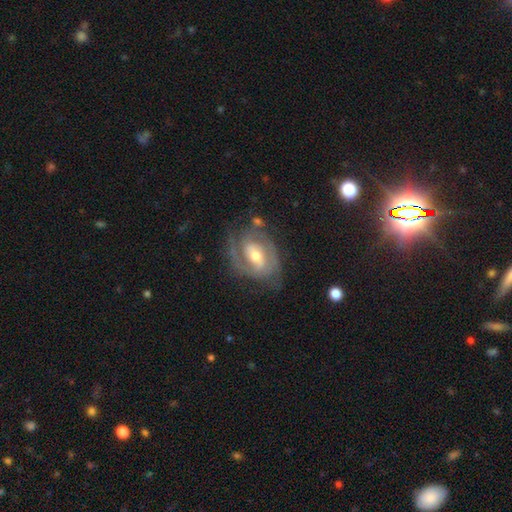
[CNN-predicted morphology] Overall: featured or disk (87%). Edge-on disk: no (97%). Bar: weak (45%; strong 29%). Spiral arms: yes (94%). Spiral arm count: 2 (66%). Spiral winding: tight (53%; medium 38%). Bulge size: moderate (63%; small 31%). Merging: none (68%).